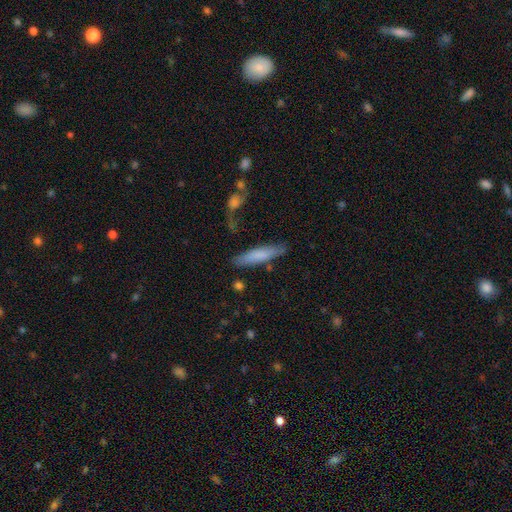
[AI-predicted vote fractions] Smooth or featured?
  - smooth: 73% *
  - featured or disk: 21%
  - star or artifact: 6%
How rounded?
  - cigar-shaped: 85% *
  - in between: 14%
  - round: 2%
Merging?
  - none: 77% *
  - minor disturbance: 14%
  - merger: 4%
  - major disturbance: 4%